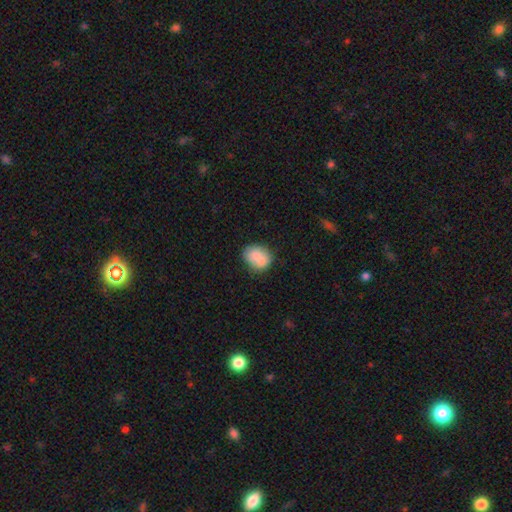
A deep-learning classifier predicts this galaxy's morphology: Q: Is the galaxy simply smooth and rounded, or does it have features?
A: smooth — 77%.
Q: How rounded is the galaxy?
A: round — 53%.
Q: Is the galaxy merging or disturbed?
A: none — 48%.